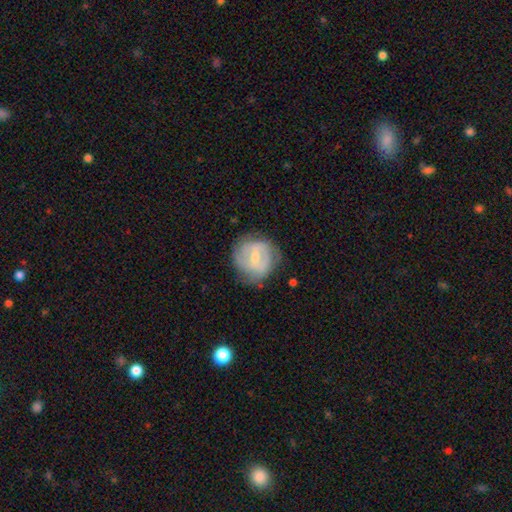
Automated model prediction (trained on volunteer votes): smooth-or-featured: featured or disk: 59% | smooth: 35% | star or artifact: 6%
  disk-edge-on: no: 97% | yes: 3%
    bar: weak: 51% | no: 29% | strong: 20%
    has-spiral-arms: yes: 66% | no: 34%
    bulge-size: small: 49% | moderate: 46% | none: 2% | large: 2% | dominant: 1%
  merging: none: 65% | minor disturbance: 24% | major disturbance: 10% | merger: 1%